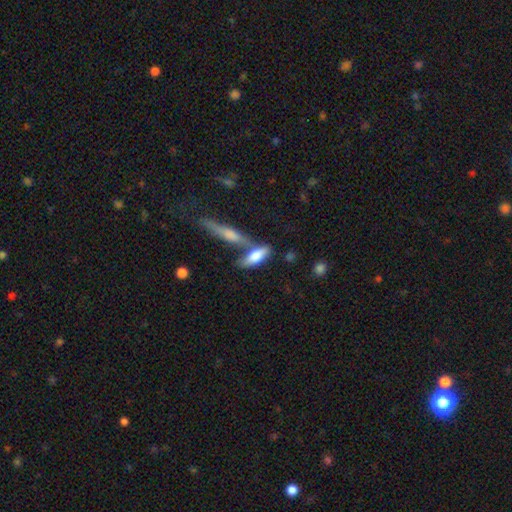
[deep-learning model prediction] smooth-or-featured: smooth: 71% | featured or disk: 23% | star or artifact: 7%
  how-rounded: in between: 61% | cigar-shaped: 36% | round: 3%
  merging: none: 42% | merger: 40% | minor disturbance: 13% | major disturbance: 6%